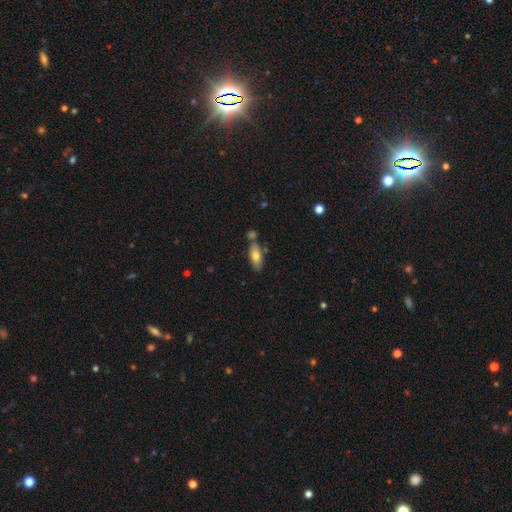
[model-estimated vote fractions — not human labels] Smooth or featured? Predicted: smooth (p=0.74). How rounded? Predicted: in between (p=0.81). Merging? Predicted: none (p=0.68).